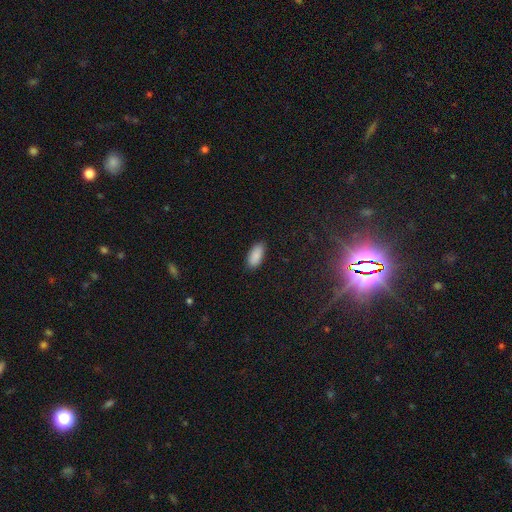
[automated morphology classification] This is clearly a smooth galaxy (89%). How rounded: clearly in between (91%). Merging: clearly none (87%).